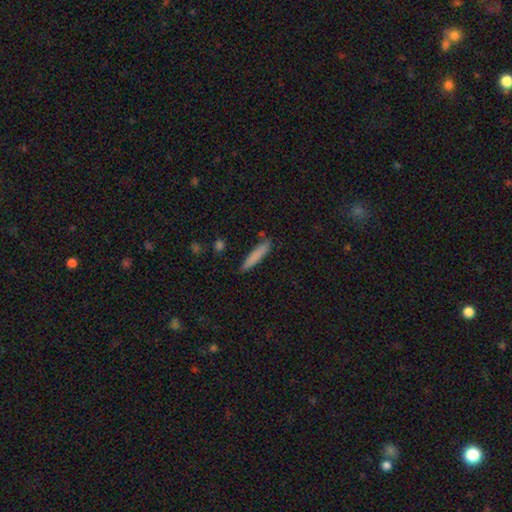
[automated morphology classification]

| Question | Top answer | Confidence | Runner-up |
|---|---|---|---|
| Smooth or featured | smooth | 80% | featured or disk (13%) |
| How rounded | cigar-shaped | 91% | in between (7%) |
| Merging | none | 84% | minor disturbance (11%) |